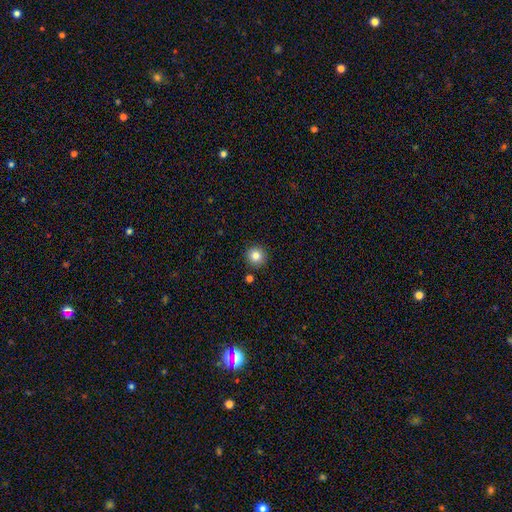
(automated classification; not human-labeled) A smooth galaxy with no disk features (83%) that is round (94%).

Vote fractions:
- Smooth or featured? smooth: 83% / star or artifact: 11% / featured or disk: 6%
- How rounded? round: 94% / in between: 5% / cigar-shaped: 1%
- Merging? none: 90% / minor disturbance: 6% / merger: 3% / major disturbance: 2%